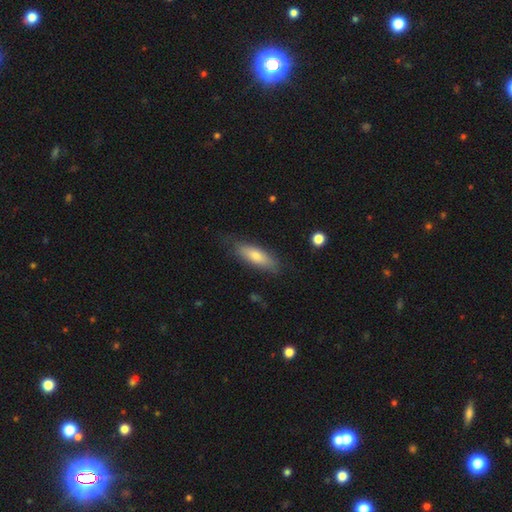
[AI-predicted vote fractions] Smooth or featured: smooth — 70% (featured or disk — 23%)
How rounded: cigar-shaped — 50% (in between — 48%)
Merging: none — 78% (minor disturbance — 17%)